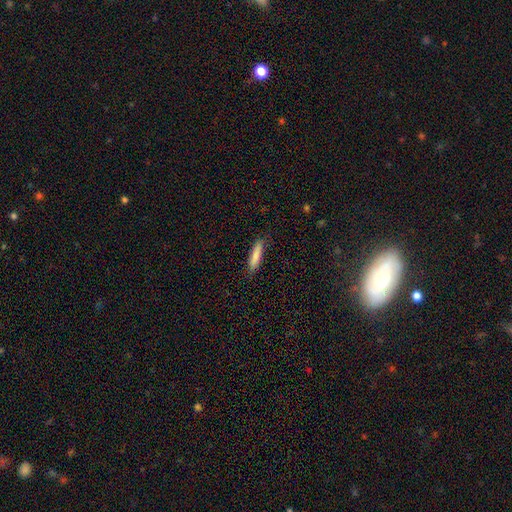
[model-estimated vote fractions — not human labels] Smooth or featured? smooth (84%)
How rounded? cigar-shaped (81%)
Merging? none (85%)